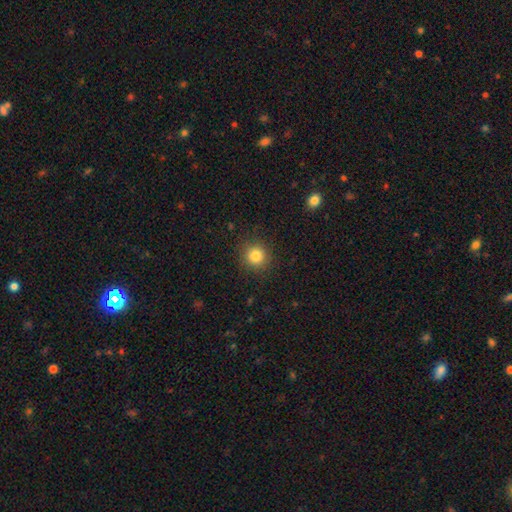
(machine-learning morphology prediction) Smooth or featured: smooth — 83% (star or artifact — 12%)
How rounded: round — 92% (in between — 7%)
Merging: none — 90% (minor disturbance — 7%)